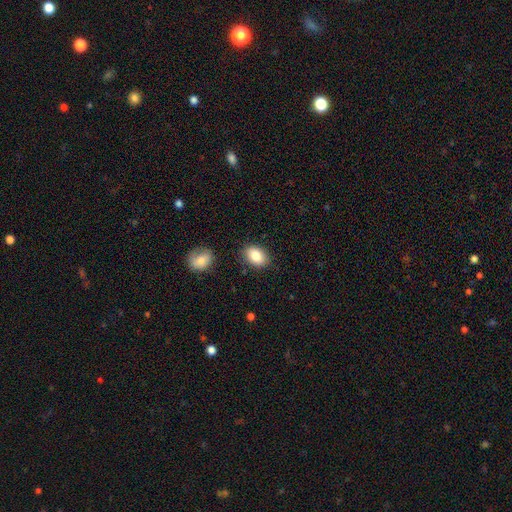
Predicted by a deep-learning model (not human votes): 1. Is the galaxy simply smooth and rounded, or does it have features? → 85% smooth, 8% star or artifact, 7% featured or disk.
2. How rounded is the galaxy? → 80% in between, 19% round, 1% cigar-shaped.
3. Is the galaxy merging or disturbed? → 82% none, 12% minor disturbance, 3% merger, 3% major disturbance.